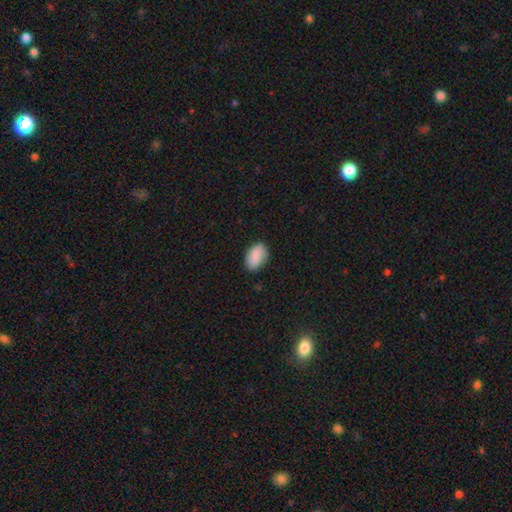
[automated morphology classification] Overall: smooth (88%). How rounded: in between (89%). Merging: none (80%).